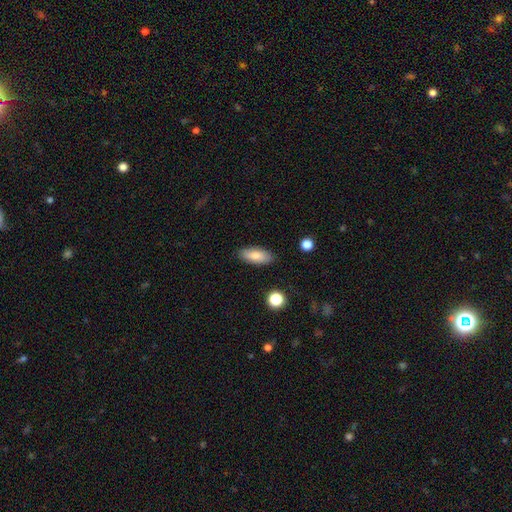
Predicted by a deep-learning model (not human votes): smooth 81%, featured or disk 12%, star or artifact 7%. Down the decision tree: how rounded — in between (84%); merging — none (86%).